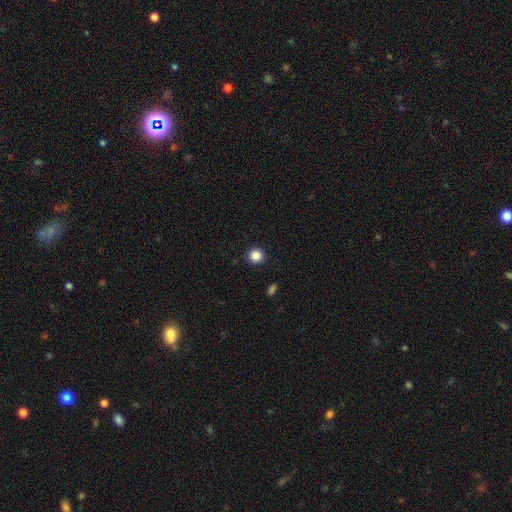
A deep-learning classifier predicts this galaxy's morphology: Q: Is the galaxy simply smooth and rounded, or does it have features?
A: smooth — 87%.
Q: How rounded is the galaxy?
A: round — 93%.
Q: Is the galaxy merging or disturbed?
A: none — 92%.